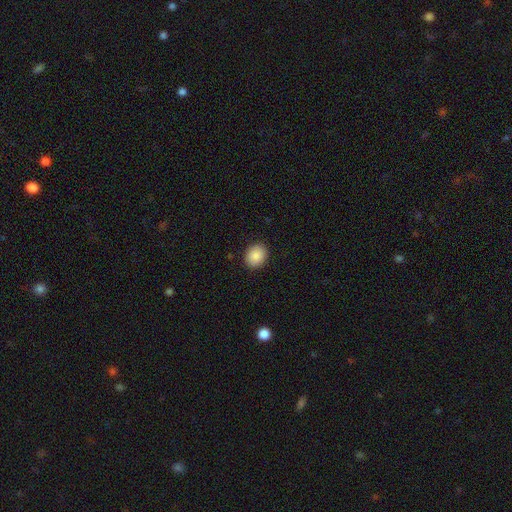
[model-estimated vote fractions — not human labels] smooth_or_featured: smooth (p=0.88) [alt: star or artifact p=0.08]
how_rounded: round (p=0.59) [alt: in between p=0.41]
merging: none (p=0.90) [alt: minor disturbance p=0.07]